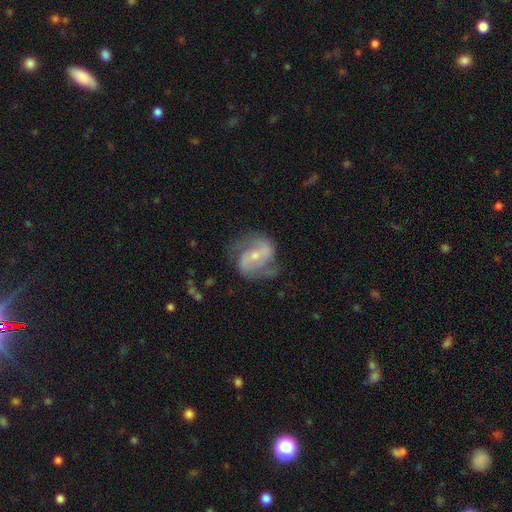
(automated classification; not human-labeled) smooth-or-featured: featured or disk: 83% | smooth: 11% | star or artifact: 6%
  disk-edge-on: no: 97% | yes: 3%
    bar: weak: 40% | no: 37% | strong: 24%
    has-spiral-arms: yes: 93% | no: 7%
      spiral-winding: medium: 50% | loose: 26% | tight: 24%
      spiral-arm-count: 2: 85% | can't tell: 7% | 3: 3% | 1: 2% | 4: 1% | more than 4: 1%
    bulge-size: small: 54% | moderate: 41% | none: 2% | large: 2% | dominant: 1%
  merging: none: 68% | minor disturbance: 19% | major disturbance: 11% | merger: 2%